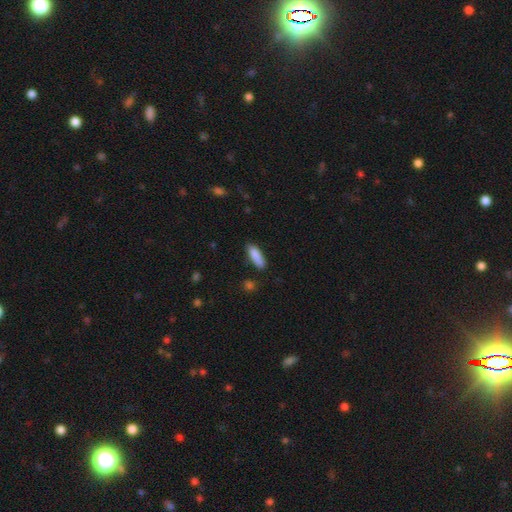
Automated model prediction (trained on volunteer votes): Smooth or featured? smooth (87%)
How rounded? cigar-shaped (50%)
Merging? none (77%)